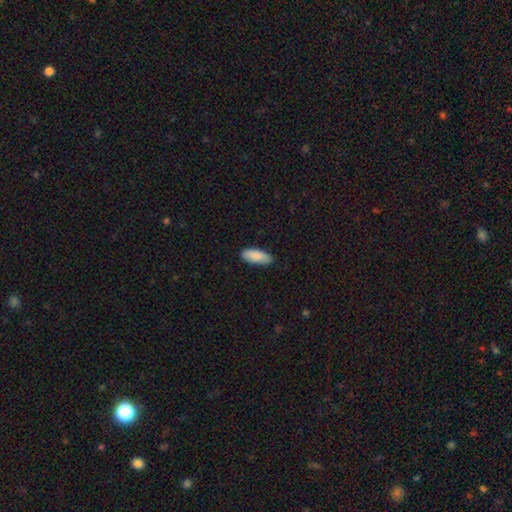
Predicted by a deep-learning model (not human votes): Smooth or featured?
  - smooth: 89% *
  - star or artifact: 6%
  - featured or disk: 5%
How rounded?
  - in between: 79% *
  - cigar-shaped: 19%
  - round: 2%
Merging?
  - none: 83% *
  - minor disturbance: 14%
  - major disturbance: 2%
  - merger: 1%